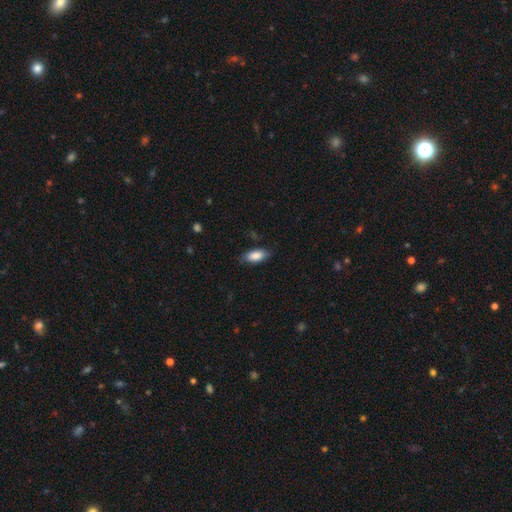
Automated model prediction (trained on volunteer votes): Smooth or featured? Predicted: smooth (p=0.85). How rounded? Predicted: in between (p=0.84). Merging? Predicted: none (p=0.79).